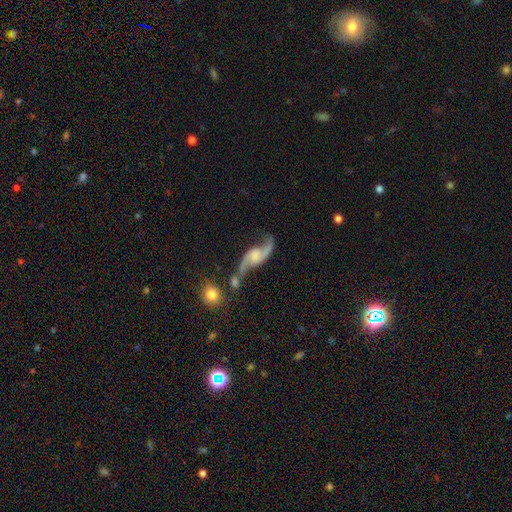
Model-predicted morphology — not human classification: Q: Smooth or featured?
A: featured or disk (88%); runner-up: smooth (7%)
Q: Edge-on disk?
A: no (95%); runner-up: yes (5%)
Q: Bar?
A: no (54%); runner-up: weak (37%)
Q: Spiral arms?
A: yes (96%); runner-up: no (4%)
Q: Spiral winding?
A: loose (84%); runner-up: medium (13%)
Q: Spiral arm count?
A: 2 (94%); runner-up: 1 (2%)
Q: Bulge size?
A: none (44%); runner-up: small (21%)
Q: Merging?
A: none (57%); runner-up: minor disturbance (17%)